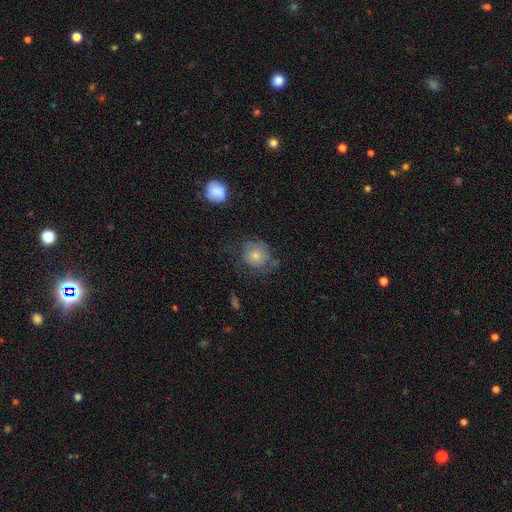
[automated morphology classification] smooth 65%, featured or disk 26%, star or artifact 10%. Down the decision tree: how rounded — round (82%); merging — none (50%).